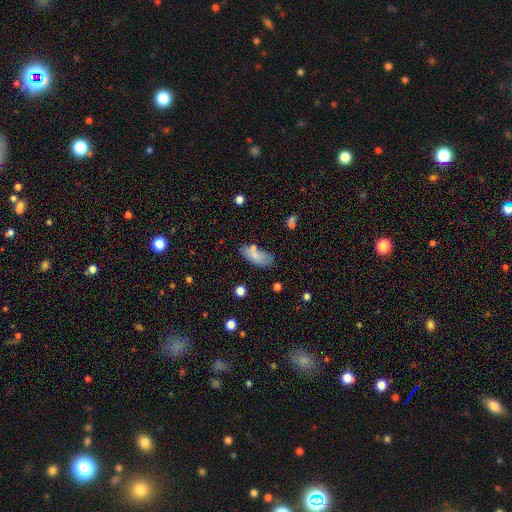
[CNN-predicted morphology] A smooth galaxy with no disk features (80%) that is in between round and cigar-shaped (84%).

Vote fractions:
- Smooth or featured? smooth: 80% / featured or disk: 12% / star or artifact: 8%
- How rounded? in between: 84% / cigar-shaped: 13% / round: 2%
- Merging? none: 70% / minor disturbance: 17% / merger: 8% / major disturbance: 5%